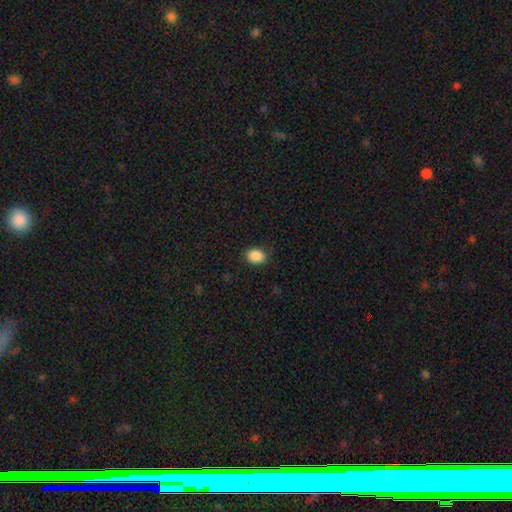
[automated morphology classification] A smooth galaxy with no disk features (88%) that is in between round and cigar-shaped (66%). Merging: none (85%).